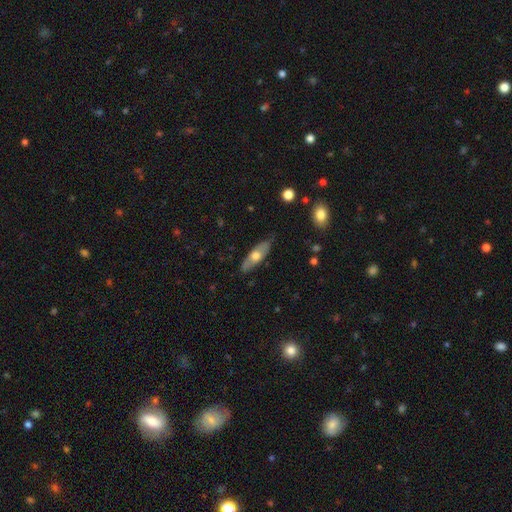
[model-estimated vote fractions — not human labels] smooth-or-featured: smooth: 51% | featured or disk: 44% | star or artifact: 6%
  how-rounded: in between: 55% | cigar-shaped: 42% | round: 3%
  merging: none: 82% | minor disturbance: 14% | major disturbance: 2% | merger: 1%